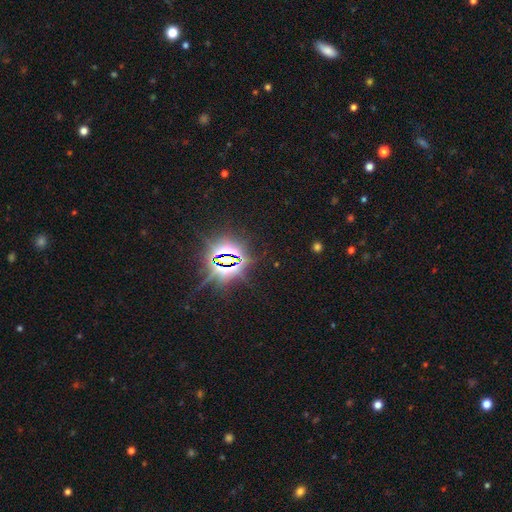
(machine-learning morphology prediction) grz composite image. It shows a star or artifact, not a galaxy (85%).